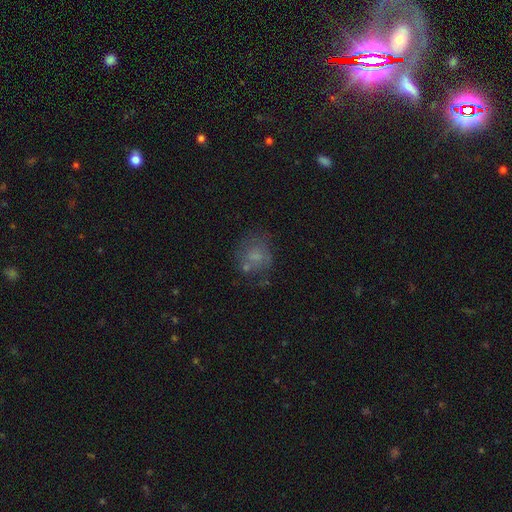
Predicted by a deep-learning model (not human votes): Smooth or featured: smooth — 55% (featured or disk — 31%)
How rounded: round — 70% (in between — 29%)
Merging: none — 53% (minor disturbance — 21%)